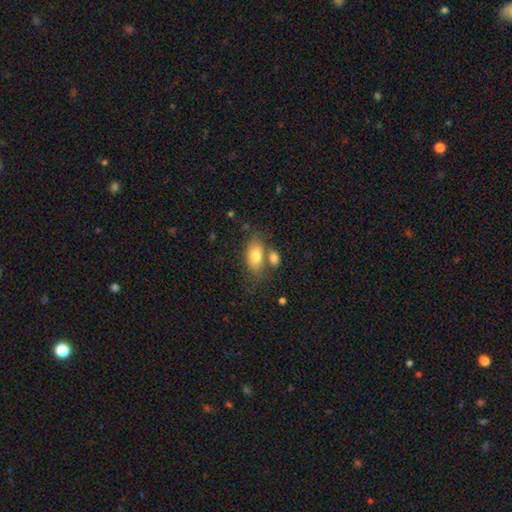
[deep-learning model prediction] smooth_or_featured: smooth (p=0.77) [alt: featured or disk p=0.16]
how_rounded: in between (p=0.88) [alt: round p=0.07]
merging: none (p=0.51) [alt: merger p=0.29]